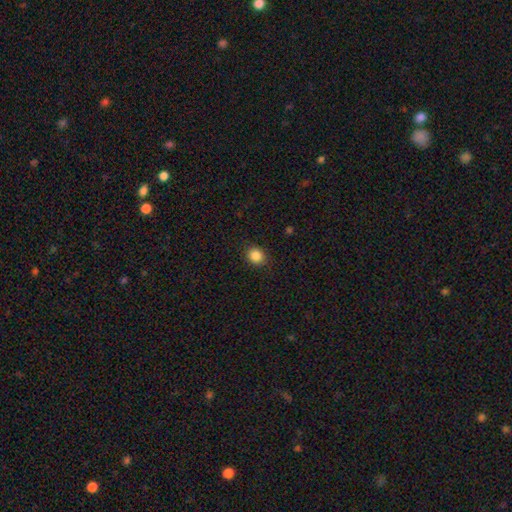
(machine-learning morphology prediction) Smooth or featured?
  - smooth: 87% *
  - star or artifact: 10%
  - featured or disk: 4%
How rounded?
  - round: 70% *
  - in between: 29%
  - cigar-shaped: 1%
Merging?
  - none: 88% *
  - minor disturbance: 8%
  - major disturbance: 2%
  - merger: 1%